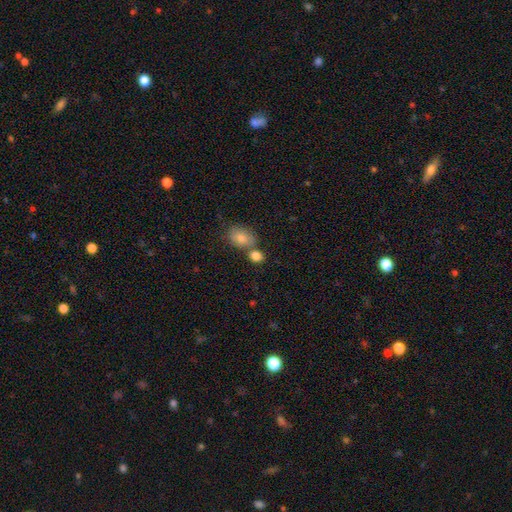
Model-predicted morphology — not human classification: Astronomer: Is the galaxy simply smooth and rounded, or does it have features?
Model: smooth — 83%.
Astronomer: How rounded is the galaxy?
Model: round — 51% (runner-up: in between, 48%).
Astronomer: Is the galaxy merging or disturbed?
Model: none — 51% (runner-up: merger, 35%).